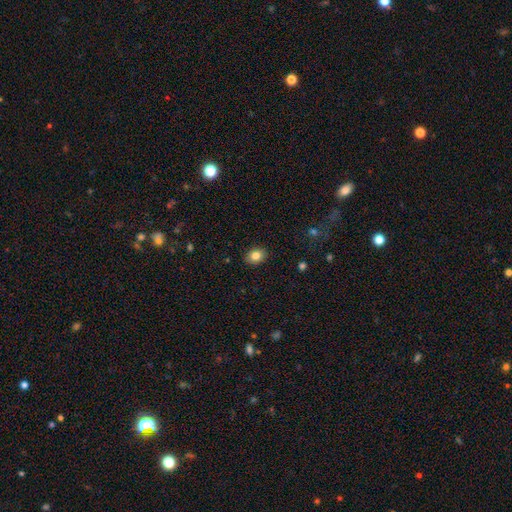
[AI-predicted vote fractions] A smooth galaxy with no disk features (82%) that is in between round and cigar-shaped (61%).

Vote fractions:
- Smooth or featured? smooth: 82% / star or artifact: 9% / featured or disk: 8%
- How rounded? in between: 61% / round: 38% / cigar-shaped: 1%
- Merging? none: 89% / minor disturbance: 8% / major disturbance: 2% / merger: 1%